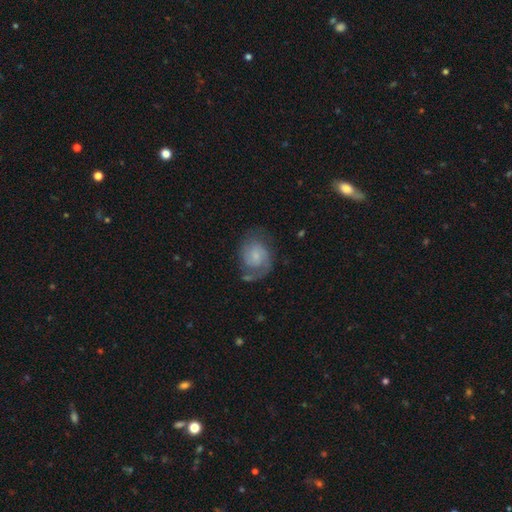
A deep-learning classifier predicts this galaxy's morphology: Smooth or featured? featured or disk (64%)
Edge-on disk? no (98%)
Bar? no (64%)
Spiral arms? yes (90%)
Spiral winding? medium (44%)
Spiral arm count? 2 (61%)
Bulge size? small (62%)
Merging? none (56%)